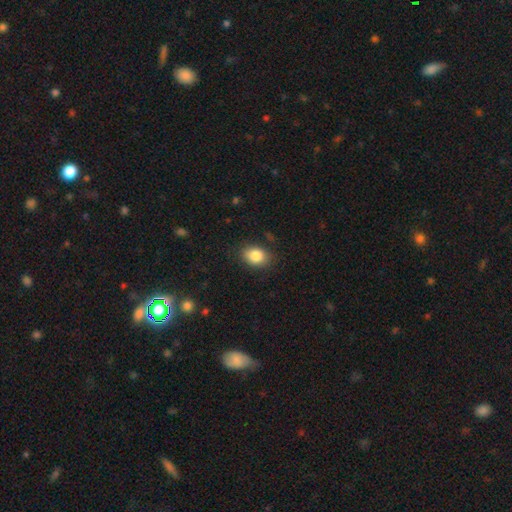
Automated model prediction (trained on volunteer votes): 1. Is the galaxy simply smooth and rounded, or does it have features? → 85% smooth, 8% star or artifact, 7% featured or disk.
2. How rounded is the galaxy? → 70% in between, 29% round, 1% cigar-shaped.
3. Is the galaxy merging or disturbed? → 83% none, 13% minor disturbance, 3% major disturbance, 1% merger.